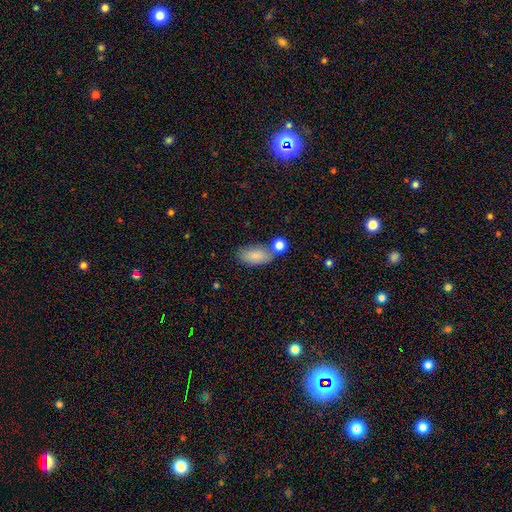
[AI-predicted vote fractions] Overall: smooth (84%). How rounded: in between (90%). Merging: none (60%).